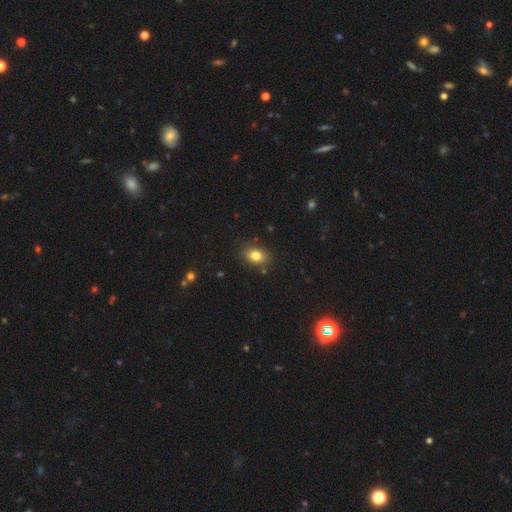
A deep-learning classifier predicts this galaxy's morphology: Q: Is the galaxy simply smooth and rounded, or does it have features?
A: smooth — 81%.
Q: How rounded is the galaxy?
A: in between — 70%.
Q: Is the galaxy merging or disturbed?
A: none — 84%.